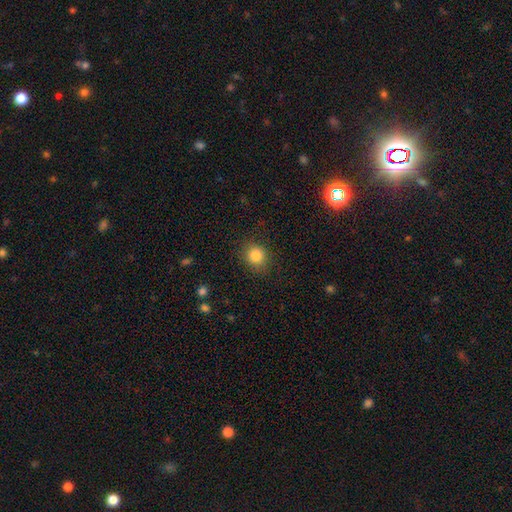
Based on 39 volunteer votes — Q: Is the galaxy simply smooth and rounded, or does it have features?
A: smooth — 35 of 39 (90%).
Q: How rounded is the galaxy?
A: round — 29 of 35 (83%).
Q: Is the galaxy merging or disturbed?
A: none — 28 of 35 (80%).